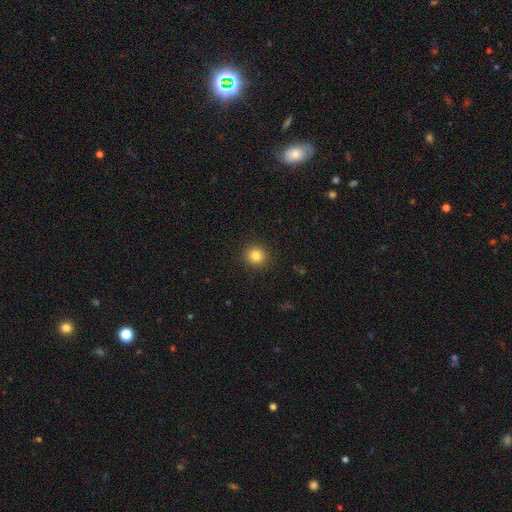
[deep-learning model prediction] Morphology: type=smooth (83%); roundness=round (90%); merging=none (92%).